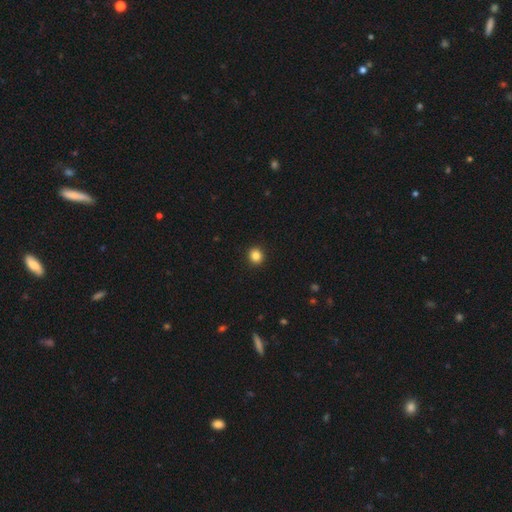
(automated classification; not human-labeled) Overall: smooth (85%). How rounded: round (90%). Merging: none (93%).